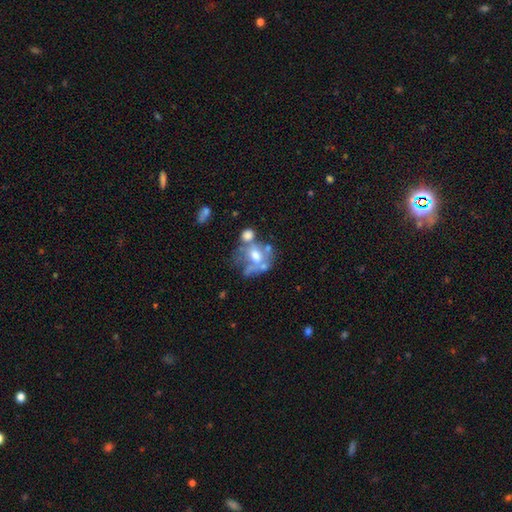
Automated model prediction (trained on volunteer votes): A featured or disk galaxy (52%) with no bar (80%), no spiral arms (83%) and a moderate central bulge (58%).

Vote fractions:
- Smooth or featured? featured or disk: 52% / smooth: 36% / star or artifact: 12%
- Edge-on disk? no: 97% / yes: 3%
- Bar? no: 80% / weak: 15% / strong: 5%
- Spiral arms? no: 83% / yes: 17%
- Bulge size? moderate: 58% / small: 16% / large: 15% / none: 9% / dominant: 2%
- Merging? merger: 38% / major disturbance: 24% / none: 24% / minor disturbance: 15%